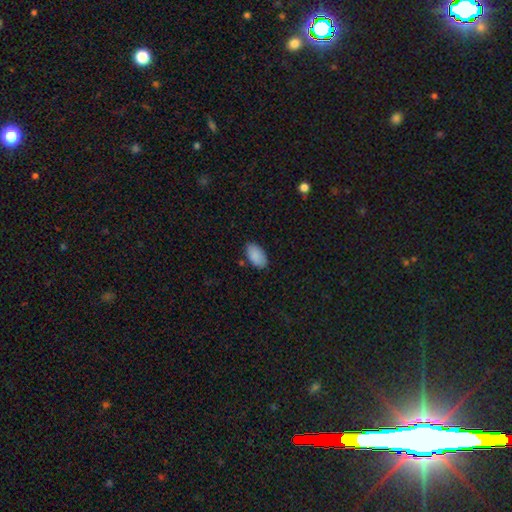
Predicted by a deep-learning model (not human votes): smooth 89%, star or artifact 7%, featured or disk 4%. Down the decision tree: how rounded — in between (95%); merging — none (83%).